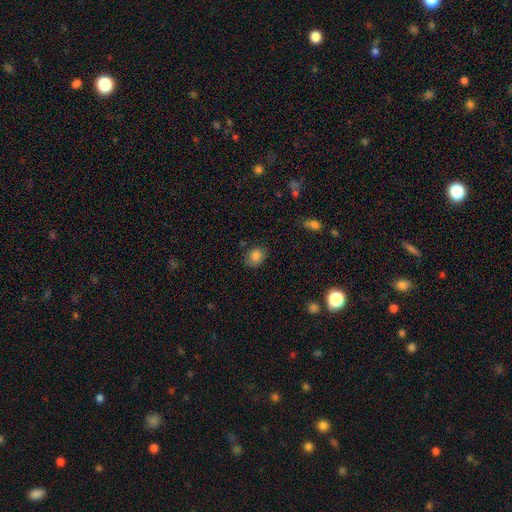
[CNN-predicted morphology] Smooth or featured? smooth (84%)
How rounded? round (60%)
Merging? none (77%)